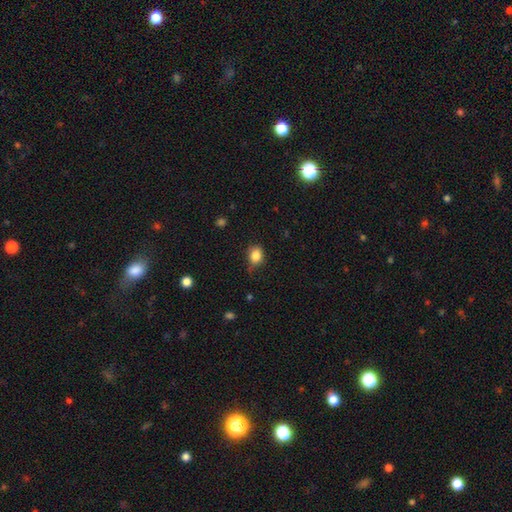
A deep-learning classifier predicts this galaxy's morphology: smooth_or_featured: smooth (p=0.84) [alt: star or artifact p=0.10]
how_rounded: round (p=0.51) [alt: in between p=0.48]
merging: none (p=0.61) [alt: minor disturbance p=0.31]